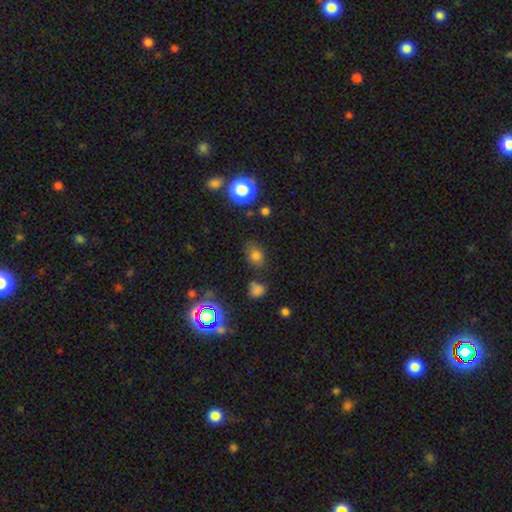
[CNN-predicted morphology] smooth 73%, star or artifact 19%, featured or disk 8%. Down the decision tree: how rounded — in between (56%); merging — none (72%).